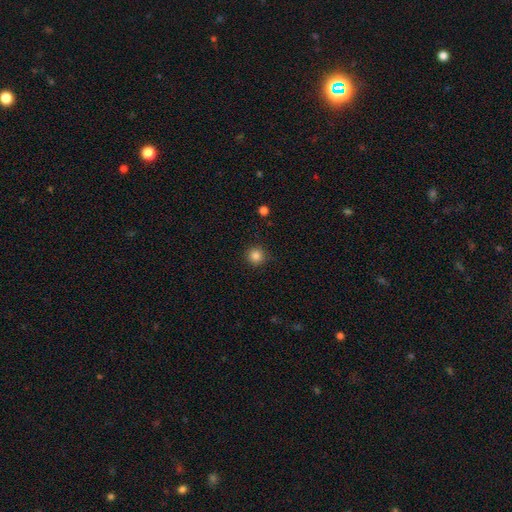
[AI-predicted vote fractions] The model was most divided on "smooth or featured": smooth: 85%, star or artifact: 11%, featured or disk: 4%. More confident: how rounded — round (95%); merging — none (91%).